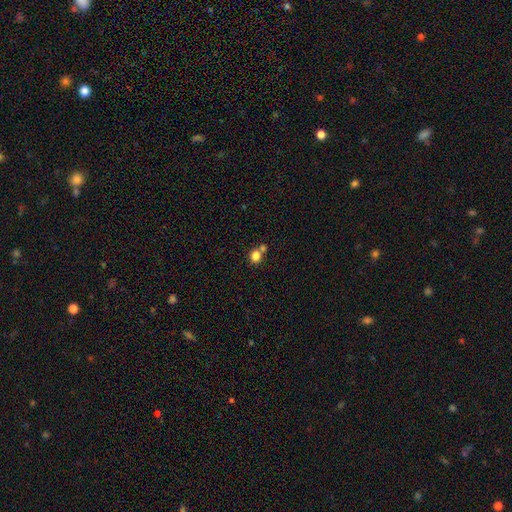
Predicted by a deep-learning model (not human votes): A smooth galaxy with no disk features (81%) that is round (74%).

Vote fractions:
- Smooth or featured? smooth: 81% / star or artifact: 12% / featured or disk: 7%
- How rounded? round: 74% / in between: 25% / cigar-shaped: 1%
- Merging? none: 55% / merger: 33% / minor disturbance: 9% / major disturbance: 3%